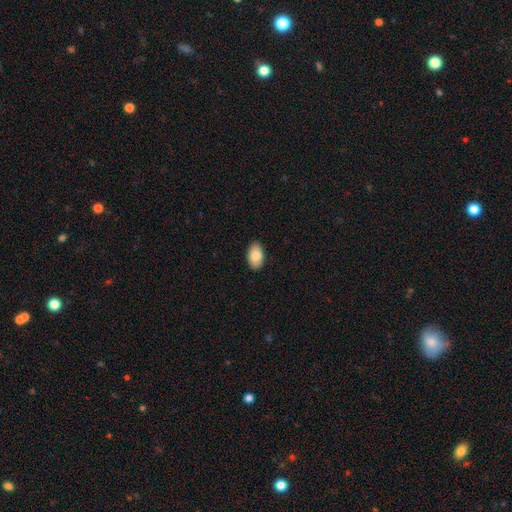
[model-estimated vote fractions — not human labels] Smooth or featured? smooth (85%)
How rounded? in between (94%)
Merging? none (89%)